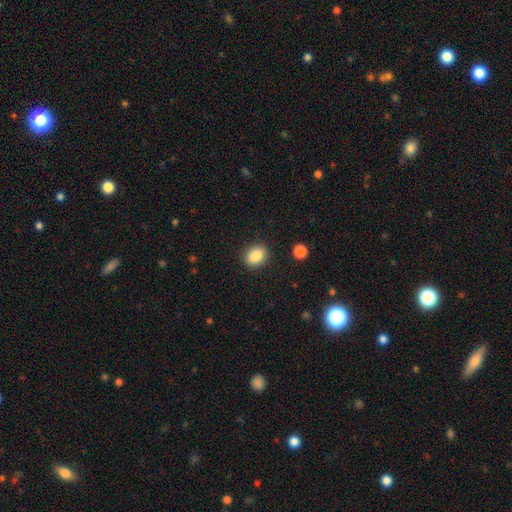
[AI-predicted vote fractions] Overall: smooth (87%). How rounded: in between (59%; round 40%). Merging: none (88%).